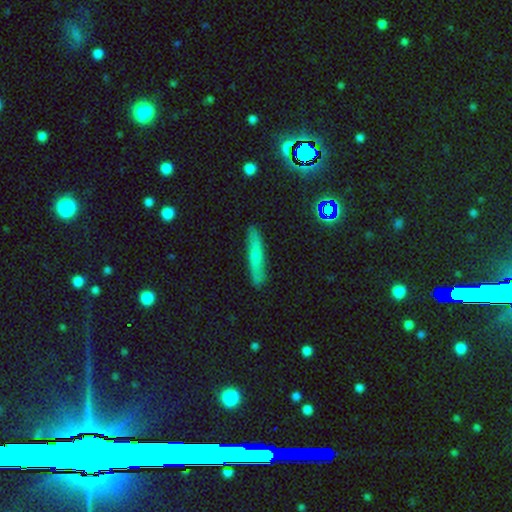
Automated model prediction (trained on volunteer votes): The model was most divided on "smooth or featured": smooth: 61%, featured or disk: 30%, star or artifact: 9%. More confident: how rounded — cigar-shaped (90%); merging — none (87%).